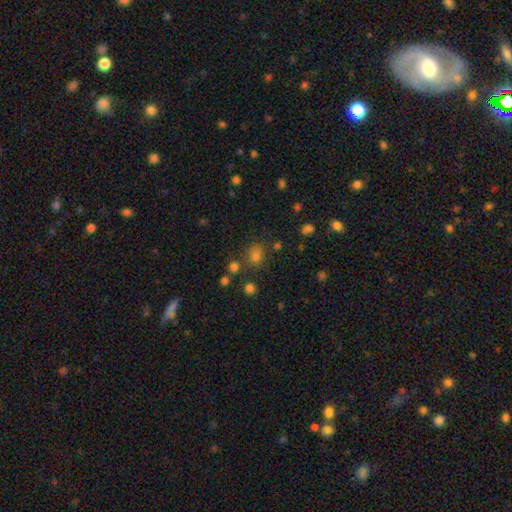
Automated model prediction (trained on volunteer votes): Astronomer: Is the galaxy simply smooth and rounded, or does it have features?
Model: smooth — 68%.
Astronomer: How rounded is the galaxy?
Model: round — 72%.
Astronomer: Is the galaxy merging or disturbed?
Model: none — 79%.